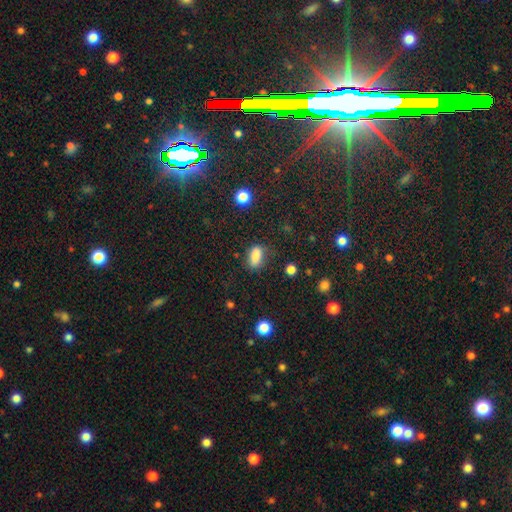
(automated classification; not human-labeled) Smooth or featured? smooth (83%)
How rounded? in between (84%)
Merging? none (68%)